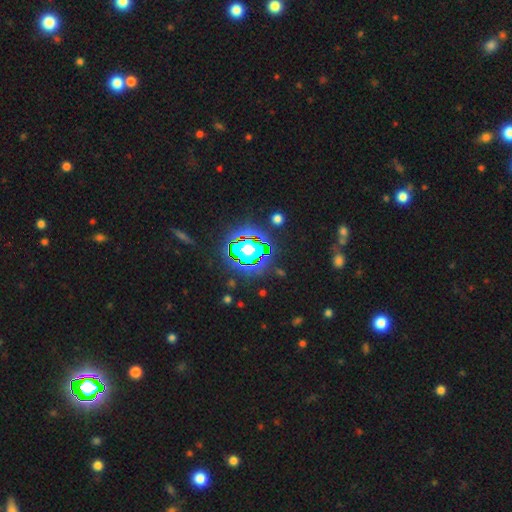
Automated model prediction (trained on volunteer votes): This appears to be a star or artifact, not a galaxy (73%).